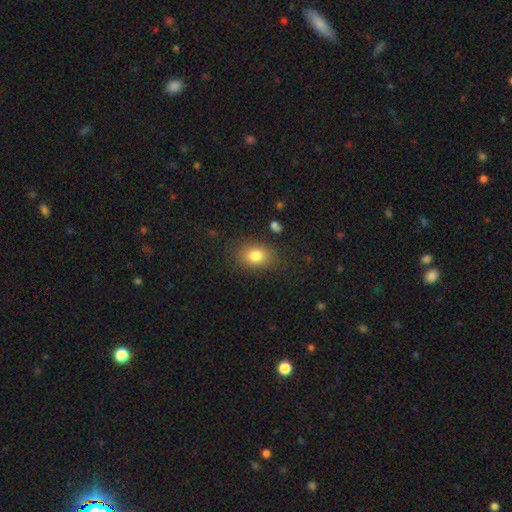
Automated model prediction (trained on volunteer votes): Morphology: type=smooth (82%); roundness=in between (71%); merging=none (81%).